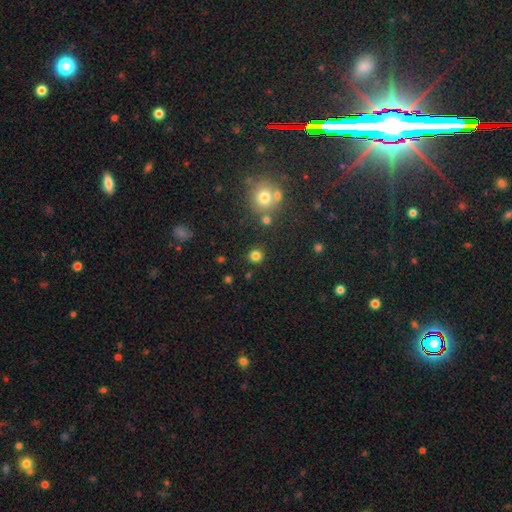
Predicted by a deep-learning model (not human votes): The model was most divided on "smooth or featured": smooth: 80%, star or artifact: 15%, featured or disk: 5%. More confident: how rounded — round (91%); merging — none (86%).